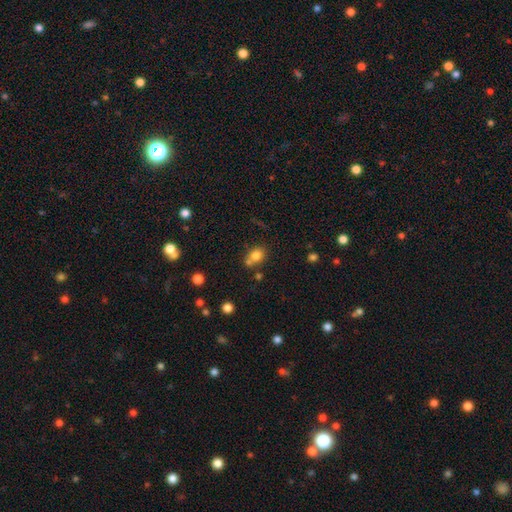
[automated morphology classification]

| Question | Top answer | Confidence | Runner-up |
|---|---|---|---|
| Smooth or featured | smooth | 79% | star or artifact (12%) |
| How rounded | round | 59% | in between (40%) |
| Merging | none | 50% | merger (33%) |